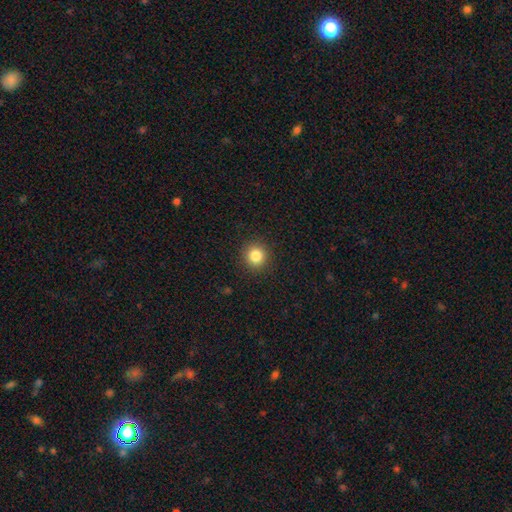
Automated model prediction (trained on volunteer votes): The model was most divided on "smooth or featured": smooth: 83%, star or artifact: 11%, featured or disk: 5%. More confident: merging — none (91%); how rounded — round (91%).